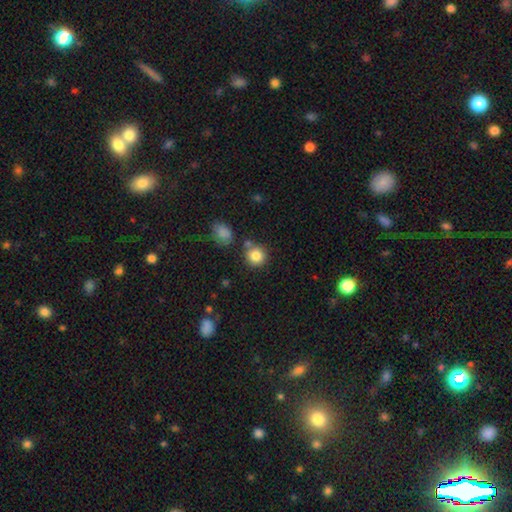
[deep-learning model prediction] smooth 84%, star or artifact 10%, featured or disk 6%. Down the decision tree: how rounded — round (90%); merging — none (75%).